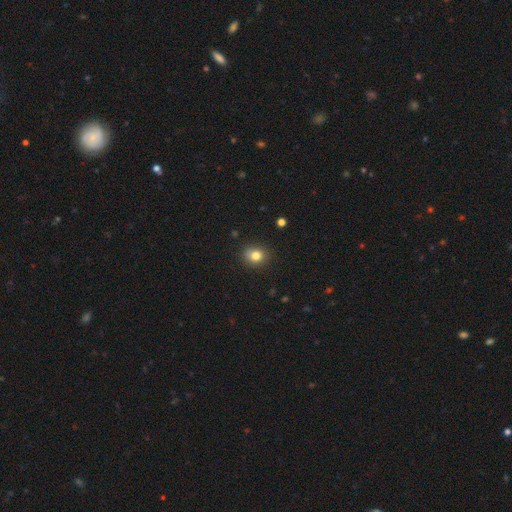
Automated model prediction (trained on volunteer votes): smooth-or-featured: smooth: 81% | star or artifact: 12% | featured or disk: 7%
  how-rounded: round: 69% | in between: 30% | cigar-shaped: 1%
  merging: none: 84% | minor disturbance: 12% | major disturbance: 2% | merger: 2%